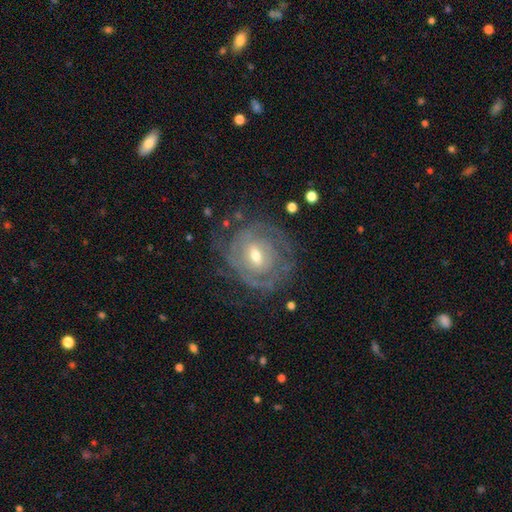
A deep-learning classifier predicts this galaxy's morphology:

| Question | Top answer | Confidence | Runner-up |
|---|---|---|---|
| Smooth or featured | featured or disk | 82% | smooth (12%) |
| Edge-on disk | no | 96% | yes (4%) |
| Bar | weak | 52% | no (31%) |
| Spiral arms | yes | 88% | no (12%) |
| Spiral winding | tight | 70% | medium (23%) |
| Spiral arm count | can't tell | 44% | 2 (23%) |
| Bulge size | moderate | 56% | small (39%) |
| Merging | none | 68% | minor disturbance (19%) |